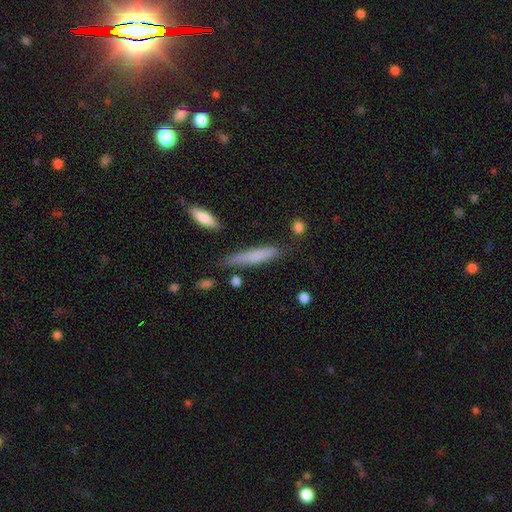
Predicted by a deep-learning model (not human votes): This is likely a smooth galaxy (74%). How rounded: clearly cigar-shaped (87%). Merging: likely none (73%).